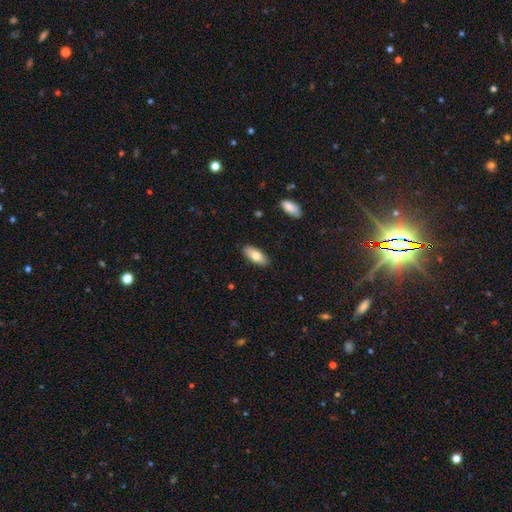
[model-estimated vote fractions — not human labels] A smooth galaxy with no disk features (76%) that is in between round and cigar-shaped (83%).

Vote fractions:
- Smooth or featured? smooth: 76% / featured or disk: 18% / star or artifact: 6%
- How rounded? in between: 83% / cigar-shaped: 15% / round: 2%
- Merging? none: 89% / minor disturbance: 8% / major disturbance: 2% / merger: 1%